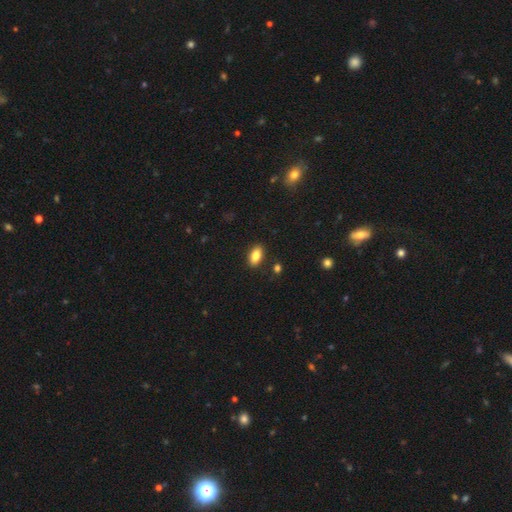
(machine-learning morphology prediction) Smooth or featured: smooth — 84% (star or artifact — 8%)
How rounded: in between — 91% (round — 5%)
Merging: none — 87% (minor disturbance — 9%)